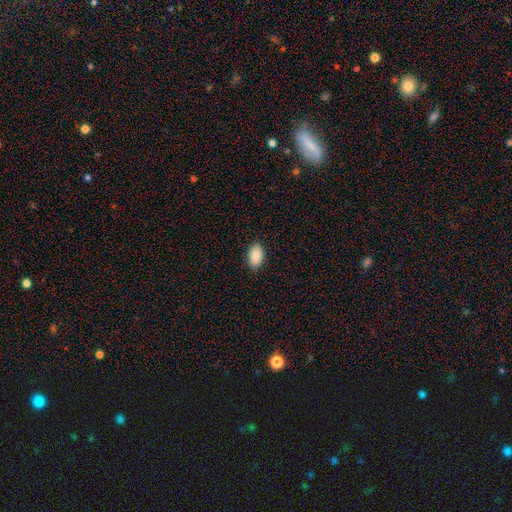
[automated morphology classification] Overall: smooth (90%). How rounded: in between (93%). Merging: none (88%).